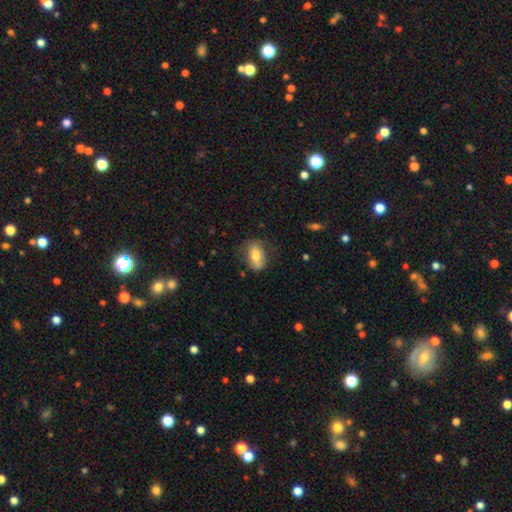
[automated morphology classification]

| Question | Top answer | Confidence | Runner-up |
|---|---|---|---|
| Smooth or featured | smooth | 66% | featured or disk (26%) |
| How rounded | in between | 82% | round (15%) |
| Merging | none | 58% | minor disturbance (26%) |